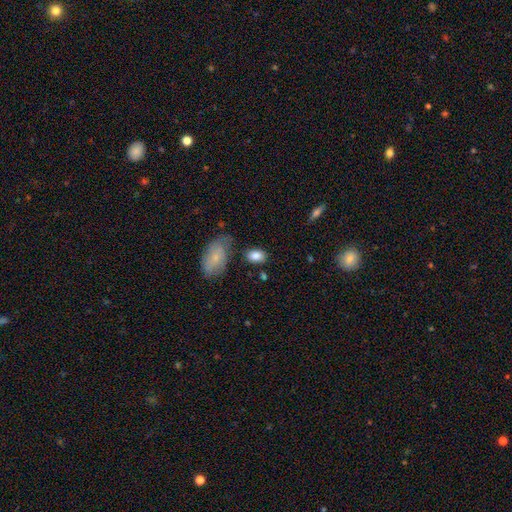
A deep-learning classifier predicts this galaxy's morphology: A smooth galaxy with no disk features (85%) that is in between round and cigar-shaped (83%). Merging: none (73%).